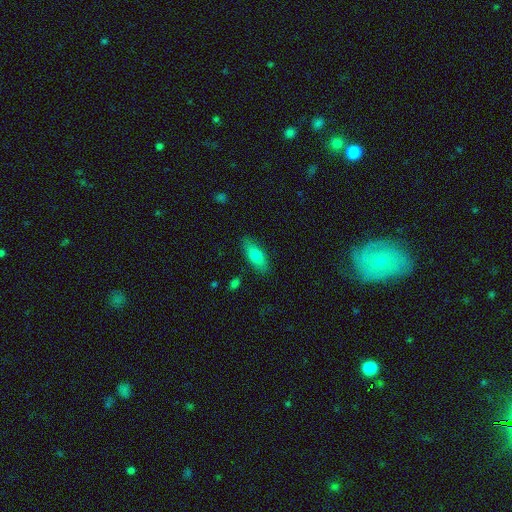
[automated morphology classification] Q: Smooth or featured?
A: smooth (76%); runner-up: featured or disk (17%)
Q: How rounded?
A: in between (72%); runner-up: cigar-shaped (25%)
Q: Merging?
A: none (85%); runner-up: minor disturbance (11%)